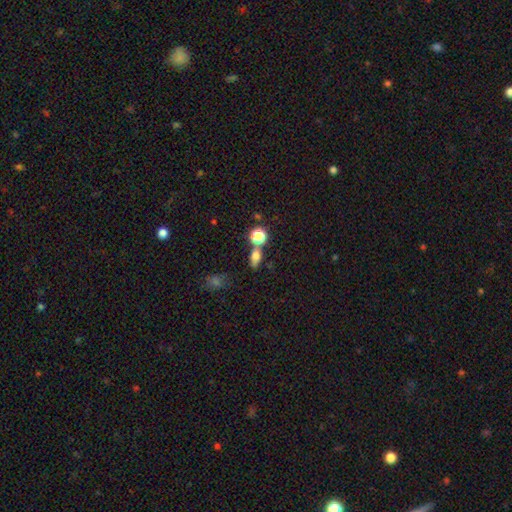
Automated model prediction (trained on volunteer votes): Smooth or featured? smooth (68%)
How rounded? in between (64%)
Merging? none (61%)